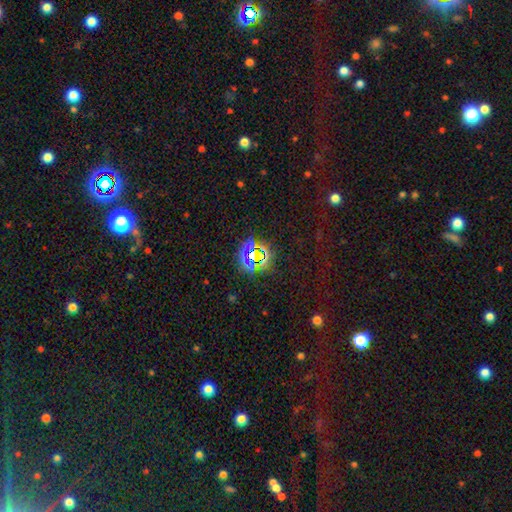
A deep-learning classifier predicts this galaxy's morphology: Overall: star or artifact (72%).